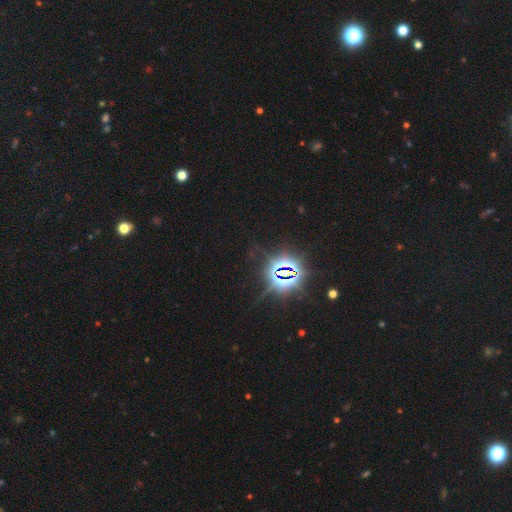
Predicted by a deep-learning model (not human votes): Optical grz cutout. It shows a star or artifact, not a galaxy (84%).